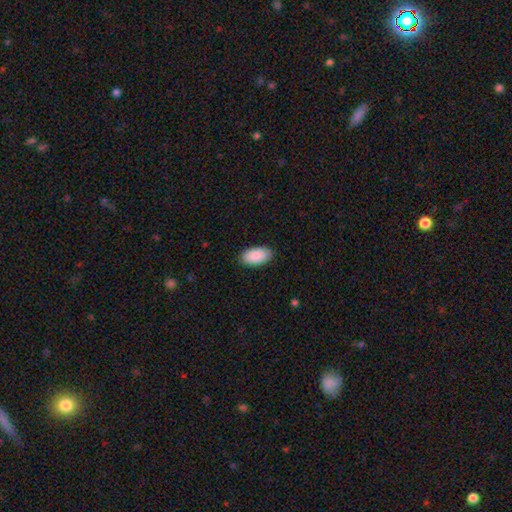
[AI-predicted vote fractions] Smooth or featured? Predicted: smooth (p=0.91). How rounded? Predicted: in between (p=0.96). Merging? Predicted: none (p=0.88).